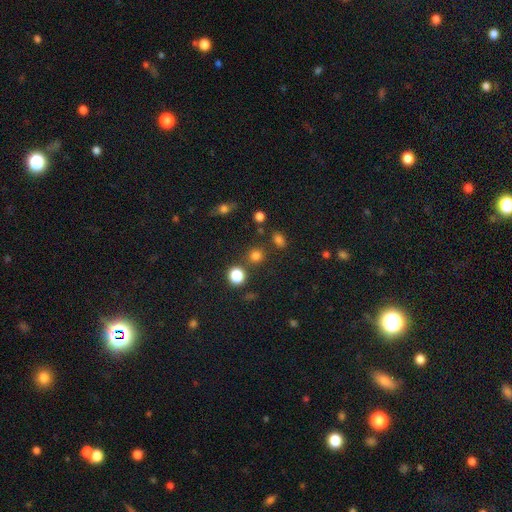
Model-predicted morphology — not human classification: Smooth or featured: smooth — 77% (star or artifact — 18%)
How rounded: round — 85% (in between — 14%)
Merging: none — 80% (minor disturbance — 8%)